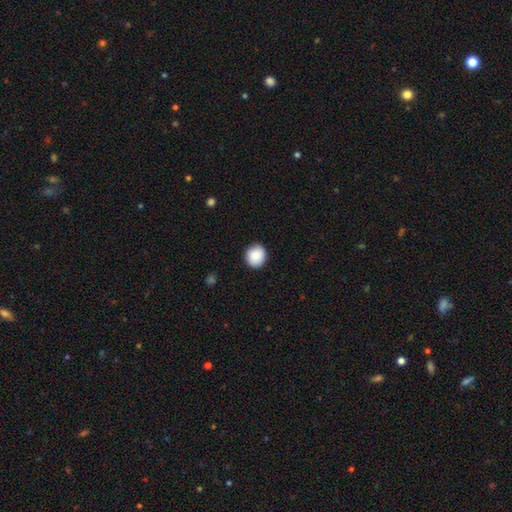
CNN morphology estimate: Smooth or featured: smooth — 88% (star or artifact — 8%)
How rounded: round — 88% (in between — 11%)
Merging: none — 89% (minor disturbance — 8%)